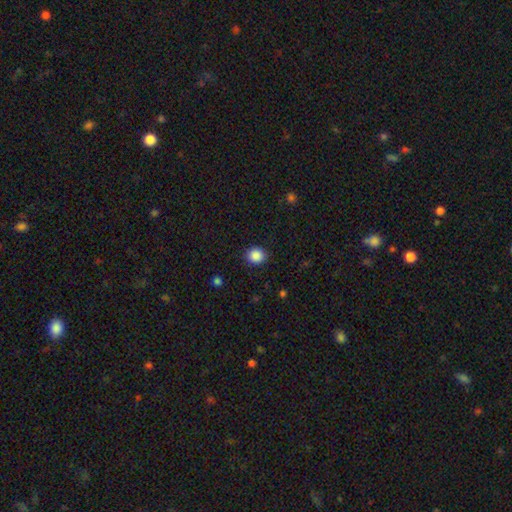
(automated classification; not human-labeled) A smooth galaxy with no disk features (88%) that is round (79%).

Vote fractions:
- Smooth or featured? smooth: 88% / star or artifact: 10% / featured or disk: 3%
- How rounded? round: 79% / in between: 20% / cigar-shaped: 1%
- Merging? none: 90% / minor disturbance: 7% / major disturbance: 2% / merger: 1%